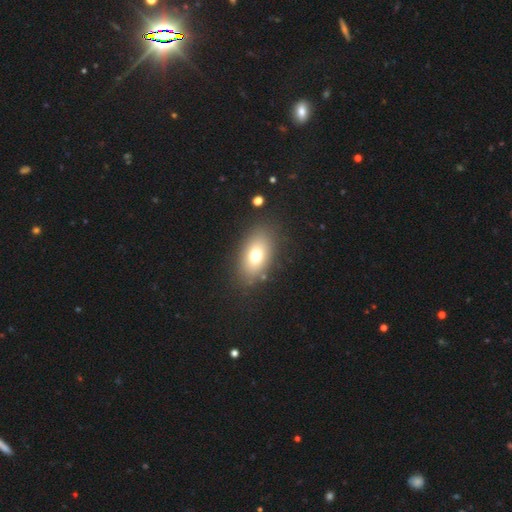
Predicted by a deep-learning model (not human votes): Smooth or featured? smooth (73%)
How rounded? in between (86%)
Merging? none (84%)